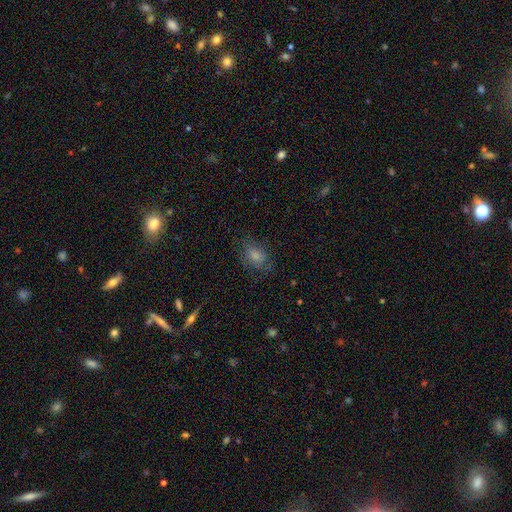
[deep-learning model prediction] Q: Smooth or featured?
A: smooth (73%); runner-up: featured or disk (16%)
Q: How rounded?
A: in between (70%); runner-up: round (28%)
Q: Merging?
A: none (69%); runner-up: minor disturbance (20%)